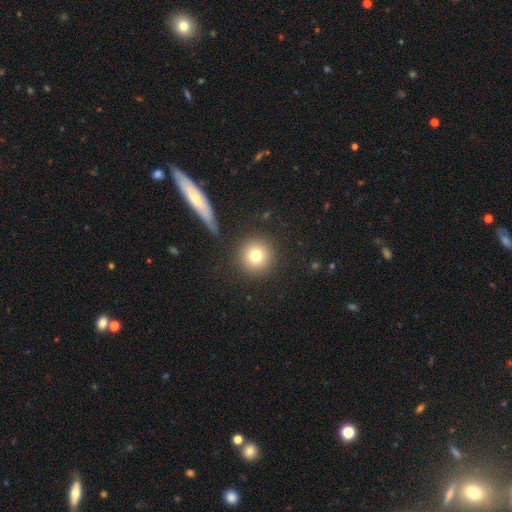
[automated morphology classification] The model was most divided on "smooth or featured": smooth: 78%, star or artifact: 12%, featured or disk: 11%. More confident: how rounded — round (95%); merging — none (87%).